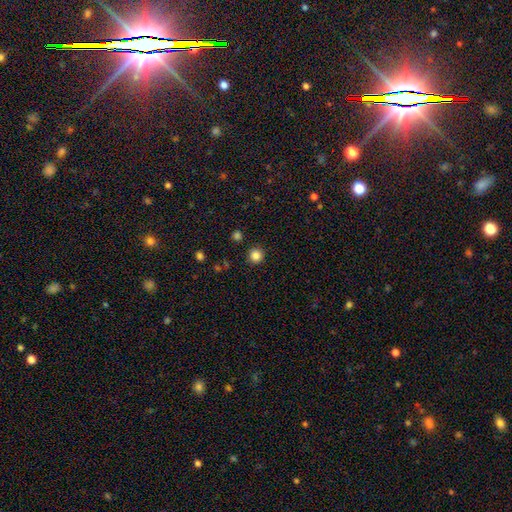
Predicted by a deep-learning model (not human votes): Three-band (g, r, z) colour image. It shows a smooth galaxy with no disk features (84%) that is round (95%). Merging: none (91%).